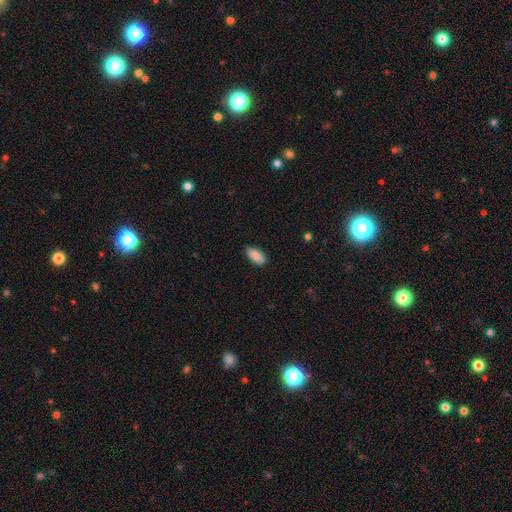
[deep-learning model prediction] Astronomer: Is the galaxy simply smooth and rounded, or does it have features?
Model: smooth — 89%.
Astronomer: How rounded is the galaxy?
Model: in between — 92%.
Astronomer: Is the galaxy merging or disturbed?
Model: none — 86%.